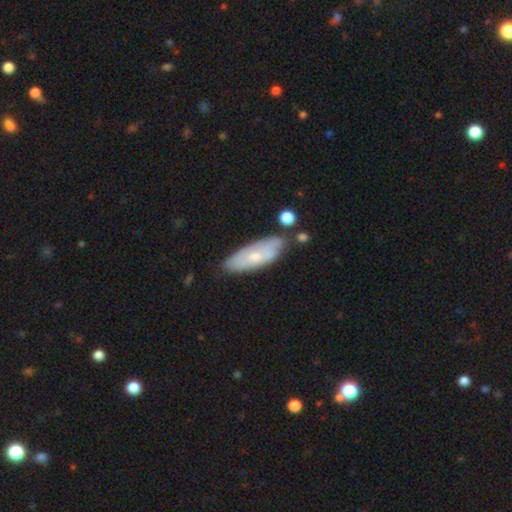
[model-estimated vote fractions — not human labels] Overall: smooth (52%; featured or disk 42%). How rounded: in between (66%; cigar-shaped 32%). Merging: none (62%; minor disturbance 24%).